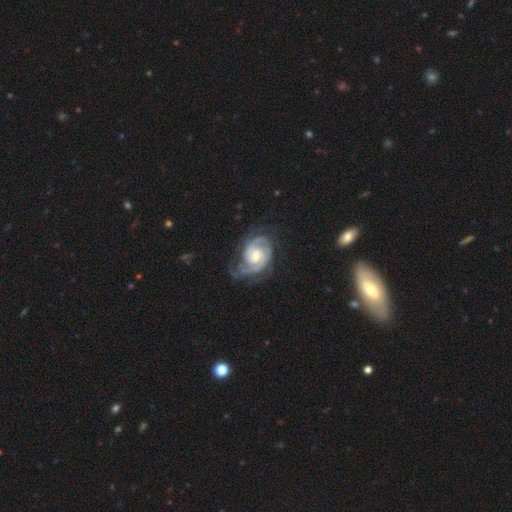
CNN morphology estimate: This appears to be a featured or disk galaxy (90%) with no bar (46%), 2 (61%) tight (56%) spiral arms (98%) and a moderate central bulge (61%). Merging: none (63%).